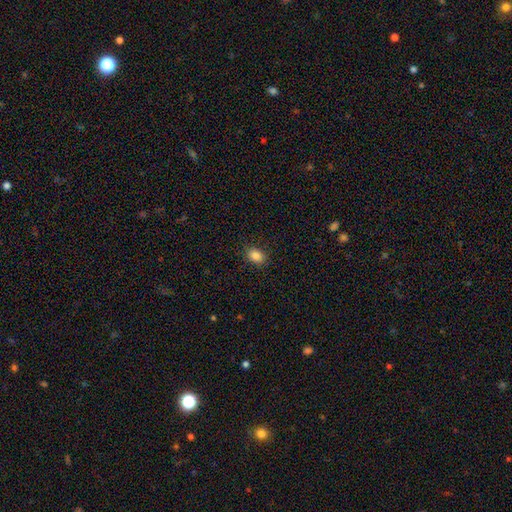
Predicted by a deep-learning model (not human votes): Smooth or featured?
  - smooth: 86% *
  - star or artifact: 10%
  - featured or disk: 5%
How rounded?
  - in between: 71% *
  - round: 28%
  - cigar-shaped: 1%
Merging?
  - none: 87% *
  - minor disturbance: 10%
  - major disturbance: 2%
  - merger: 1%